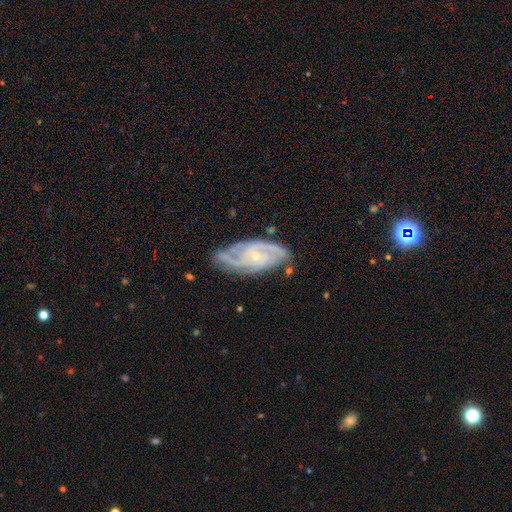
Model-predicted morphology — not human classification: featured or disk 87%, smooth 7%, star or artifact 5%. Down the decision tree: edge-on disk — no (95%); bar — no (63%); spiral arms — yes (97%); spiral arm count — 2 (40%); spiral winding — tight (48%); bulge size — small (79%); merging — none (73%).